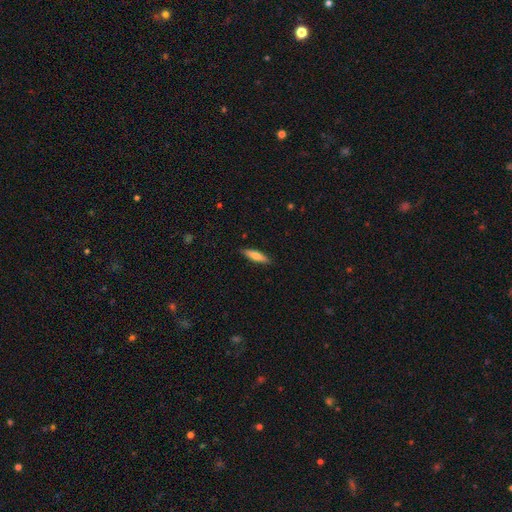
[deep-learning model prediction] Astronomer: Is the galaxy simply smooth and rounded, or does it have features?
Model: smooth — 65%.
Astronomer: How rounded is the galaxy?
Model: cigar-shaped — 71%.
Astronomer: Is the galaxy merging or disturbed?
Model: none — 88%.